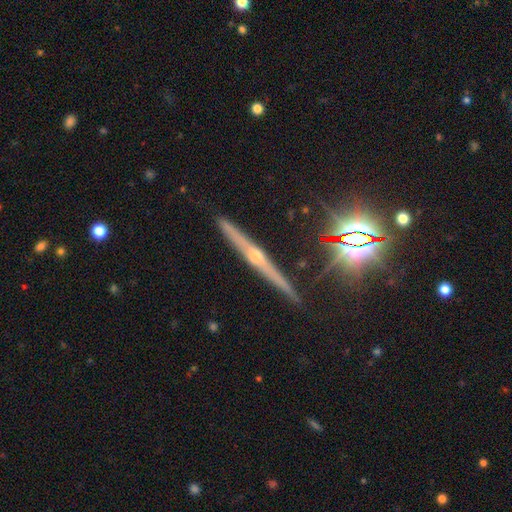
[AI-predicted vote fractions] smooth_or_featured: featured or disk (p=0.75) [alt: star or artifact p=0.13]
disk_edge_on: yes (p=0.98) [alt: no p=0.02]
edge_on_bulge: rounded (p=0.85) [alt: none p=0.11]
merging: none (p=0.89) [alt: minor disturbance p=0.08]